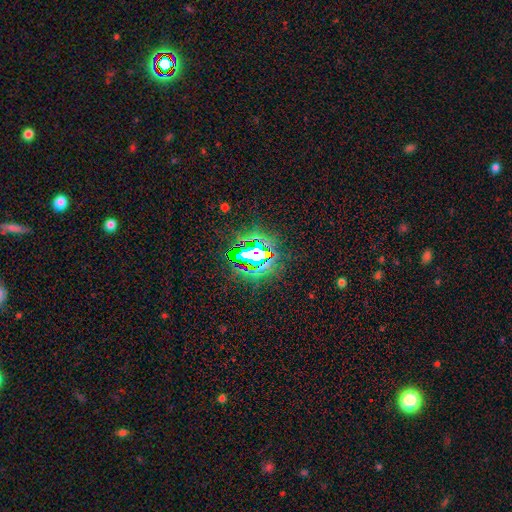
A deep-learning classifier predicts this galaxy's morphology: Q: Smooth or featured?
A: star or artifact (79%); runner-up: smooth (11%)